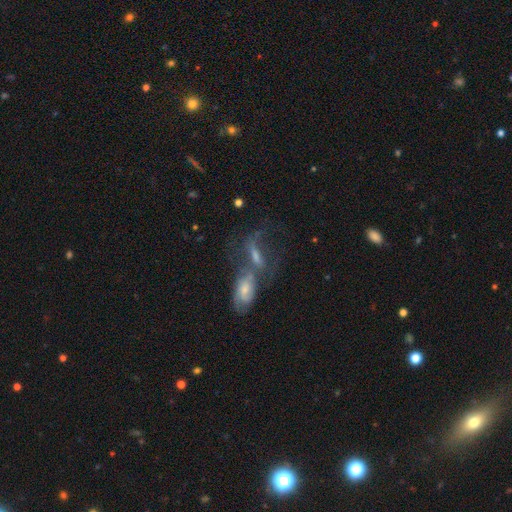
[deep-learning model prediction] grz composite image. It shows a featured or disk galaxy (59%). Merging: merger (56%).